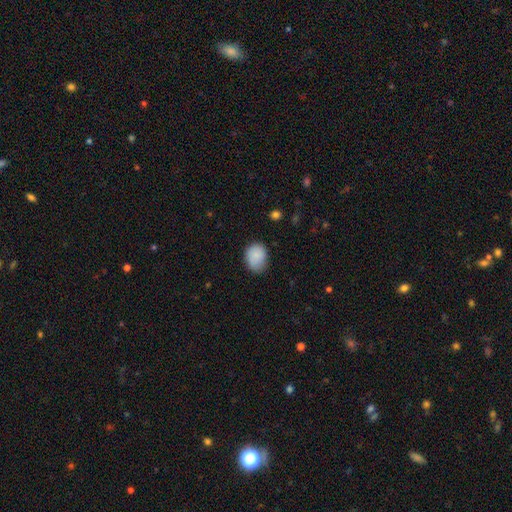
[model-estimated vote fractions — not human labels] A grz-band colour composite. It shows a smooth galaxy with no disk features (86%) that is in between round and cigar-shaped (54%). Merging: none (67%).